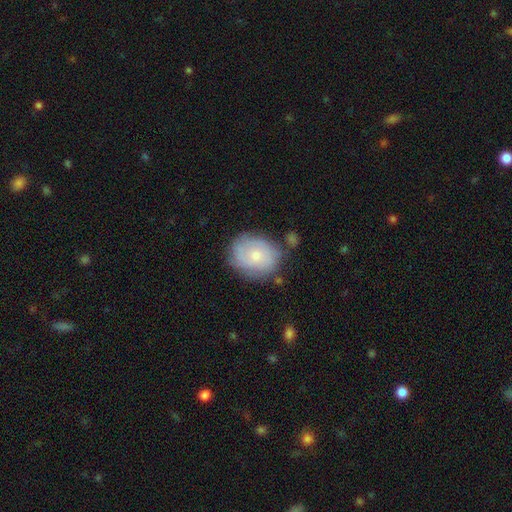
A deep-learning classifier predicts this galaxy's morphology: A smooth galaxy with no disk features (51%) that is round (63%).

Vote fractions:
- Smooth or featured? smooth: 51% / featured or disk: 42% / star or artifact: 7%
- How rounded? round: 63% / in between: 36% / cigar-shaped: 1%
- Merging? none: 68% / minor disturbance: 21% / major disturbance: 7% / merger: 4%